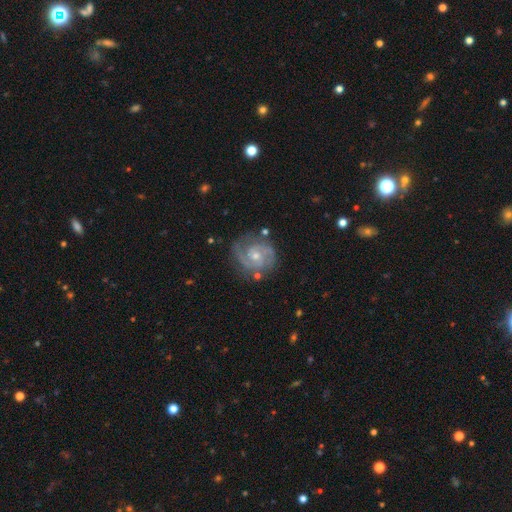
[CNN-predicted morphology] Q: Smooth or featured?
A: featured or disk (88%); runner-up: smooth (6%)
Q: Edge-on disk?
A: no (98%); runner-up: yes (2%)
Q: Bar?
A: no (59%); runner-up: weak (34%)
Q: Spiral arms?
A: yes (97%); runner-up: no (3%)
Q: Spiral winding?
A: tight (51%); runner-up: medium (41%)
Q: Spiral arm count?
A: 2 (74%); runner-up: 3 (11%)
Q: Bulge size?
A: small (54%); runner-up: moderate (43%)
Q: Merging?
A: none (76%); runner-up: minor disturbance (16%)